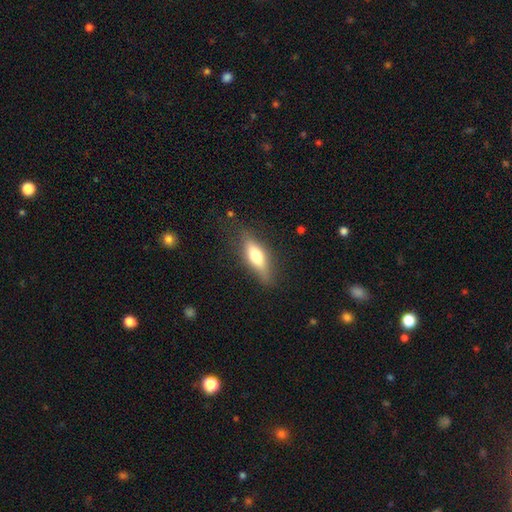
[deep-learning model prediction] Smooth or featured?
  - smooth: 59% *
  - featured or disk: 34%
  - star or artifact: 7%
How rounded?
  - in between: 51% *
  - cigar-shaped: 46%
  - round: 3%
Merging?
  - none: 77% *
  - minor disturbance: 17%
  - major disturbance: 5%
  - merger: 1%